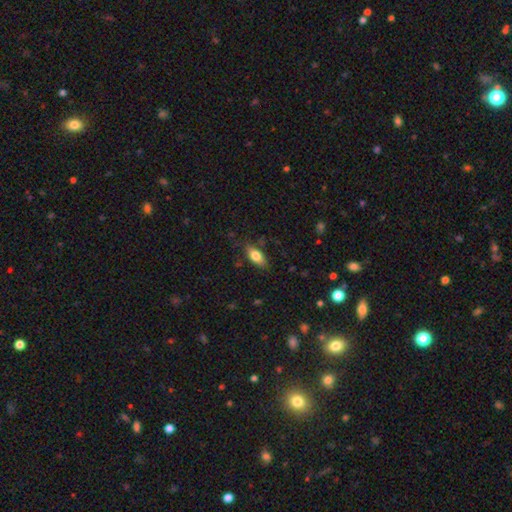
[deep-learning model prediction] smooth-or-featured: smooth: 77% | featured or disk: 16% | star or artifact: 7%
  how-rounded: in between: 83% | cigar-shaped: 13% | round: 4%
  merging: none: 79% | minor disturbance: 16% | major disturbance: 4% | merger: 2%